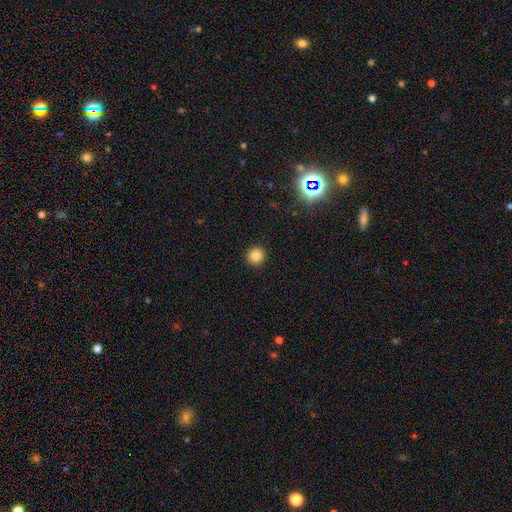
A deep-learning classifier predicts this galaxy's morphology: smooth 84%, star or artifact 12%, featured or disk 4%. Down the decision tree: how rounded — round (95%); merging — none (93%).